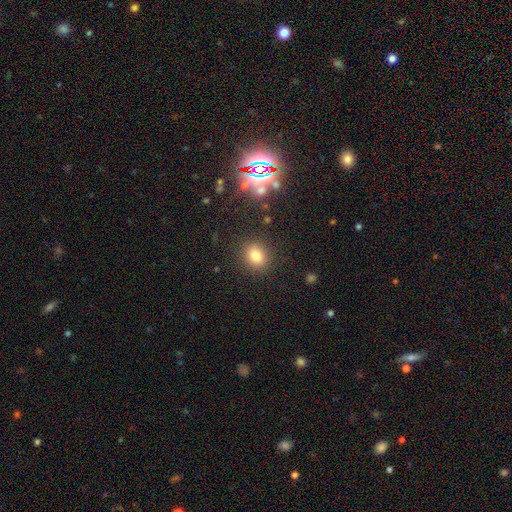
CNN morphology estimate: A smooth galaxy with no disk features (80%) that is round (61%). Merging: none (86%).